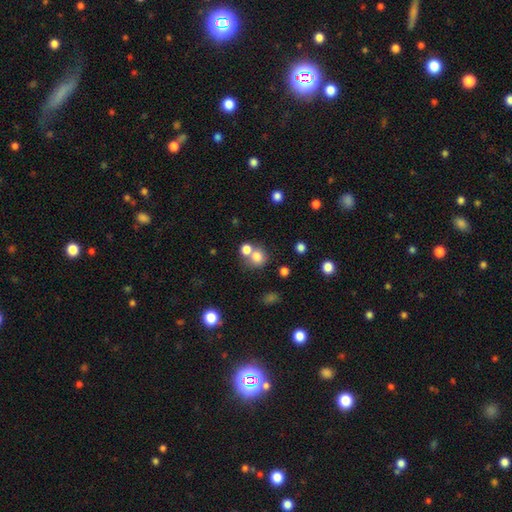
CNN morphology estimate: type=smooth (77%); roundness=round (82%); merging=none (48%).